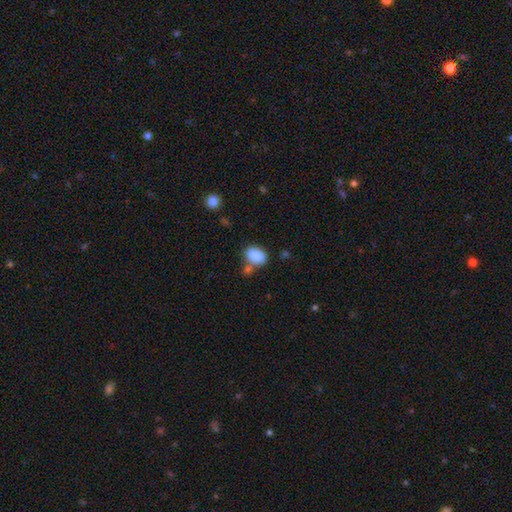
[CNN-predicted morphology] type=smooth (88%); roundness=in between (81%); merging=none (61%).